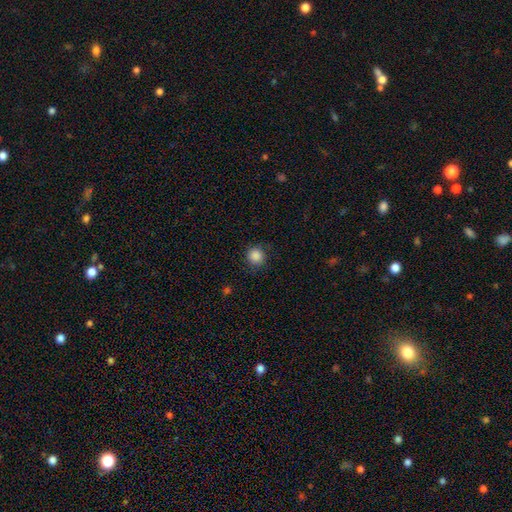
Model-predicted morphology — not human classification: This appears to be a smooth galaxy with no disk features (87%) that is round (92%). Merging: none (86%).